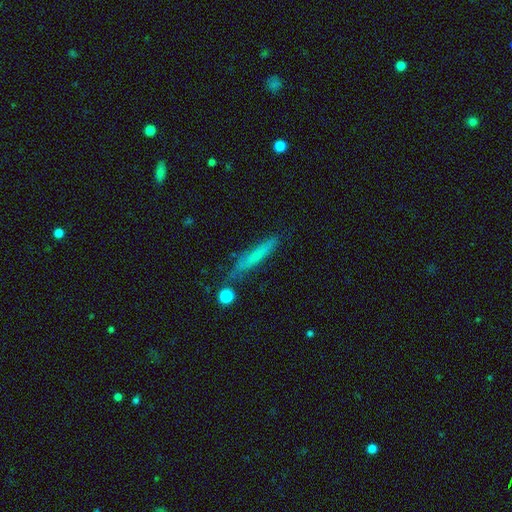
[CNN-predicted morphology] This appears to be a smooth galaxy with no disk features (63%) that is cigar-shaped (92%). Merging: none (72%).